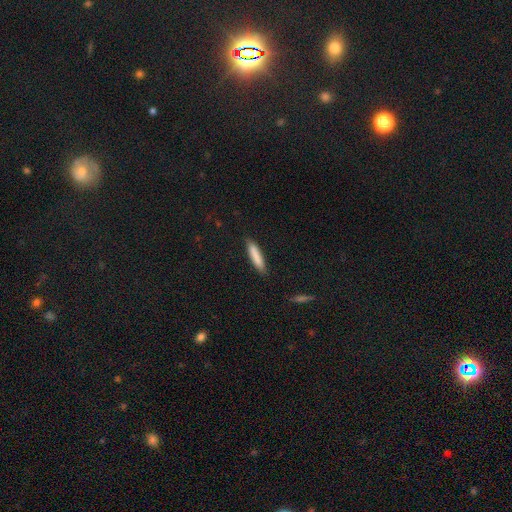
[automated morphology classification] The model was most divided on "how rounded": cigar-shaped: 85%, in between: 14%, round: 1%. More confident: merging — none (87%); smooth or featured — smooth (84%).